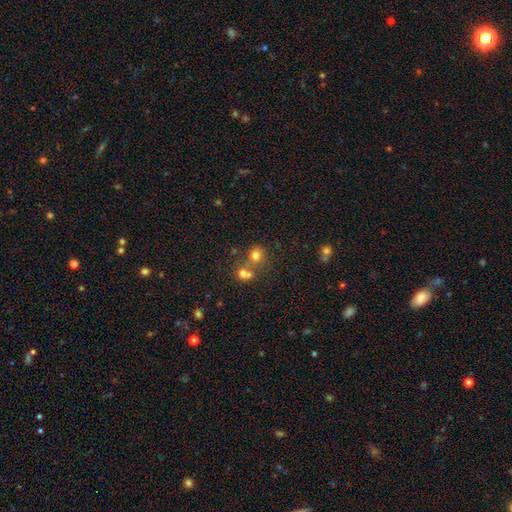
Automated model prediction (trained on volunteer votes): Smooth or featured? Predicted: smooth (p=0.74). How rounded? Predicted: round (p=0.83). Merging? Predicted: none (p=0.52).